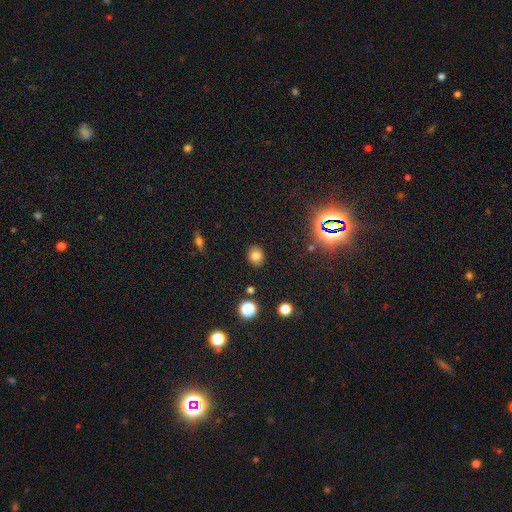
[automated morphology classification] This appears to be a smooth galaxy with no disk features (80%) that is round (73%). Merging: none (88%).